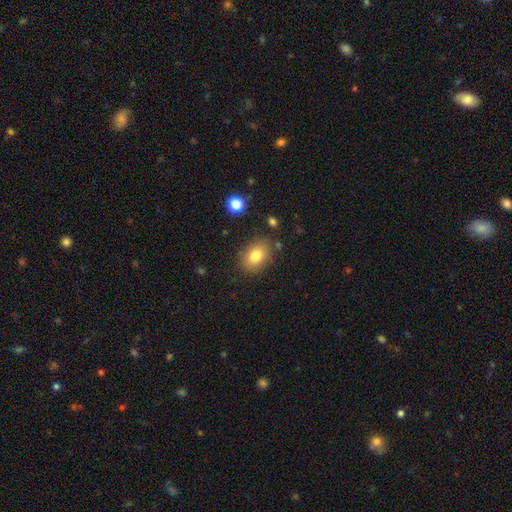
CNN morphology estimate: Smooth or featured? Predicted: smooth (p=0.80). How rounded? Predicted: in between (p=0.73). Merging? Predicted: none (p=0.81).